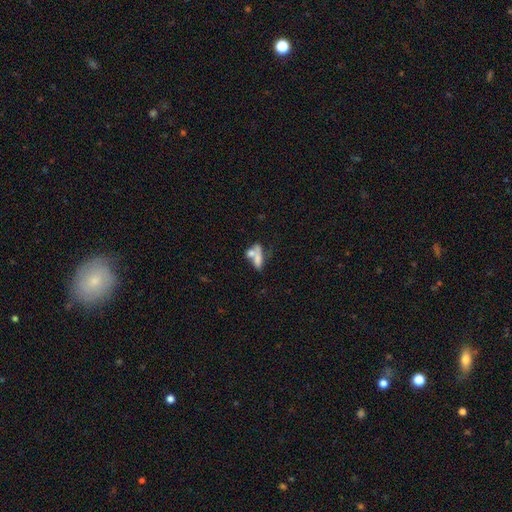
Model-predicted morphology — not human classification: type=smooth (64%); roundness=in between (67%); merging=merger (57%).